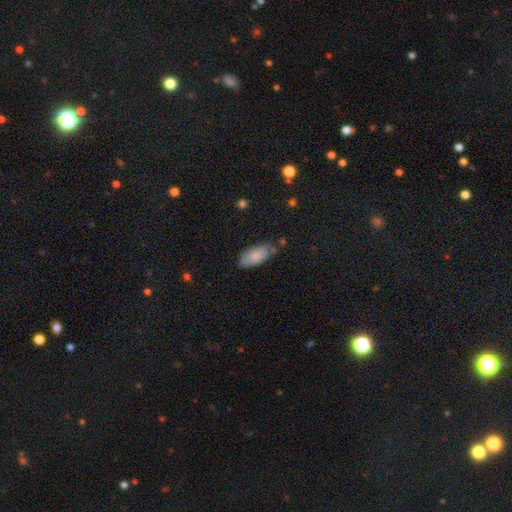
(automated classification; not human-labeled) This appears to be a smooth galaxy with no disk features (82%) that is in between round and cigar-shaped (90%). Merging: none (67%).